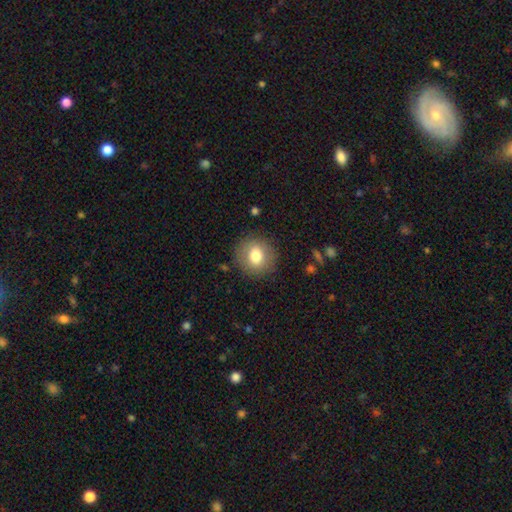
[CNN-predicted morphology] Smooth or featured: smooth — 77% (featured or disk — 14%)
How rounded: round — 89% (in between — 11%)
Merging: none — 88% (minor disturbance — 8%)